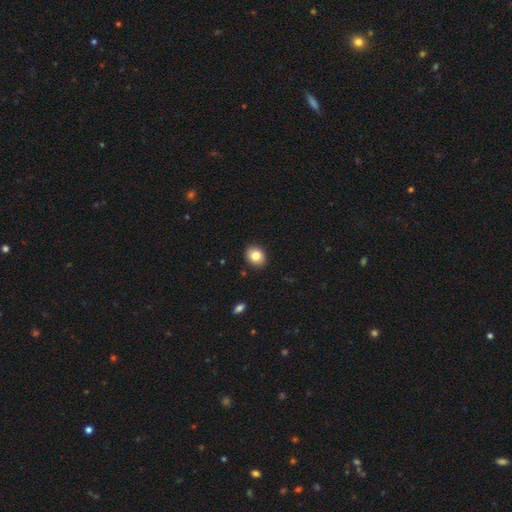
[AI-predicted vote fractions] smooth 83%, star or artifact 9%, featured or disk 8%. Down the decision tree: how rounded — in between (52%); merging — none (90%).